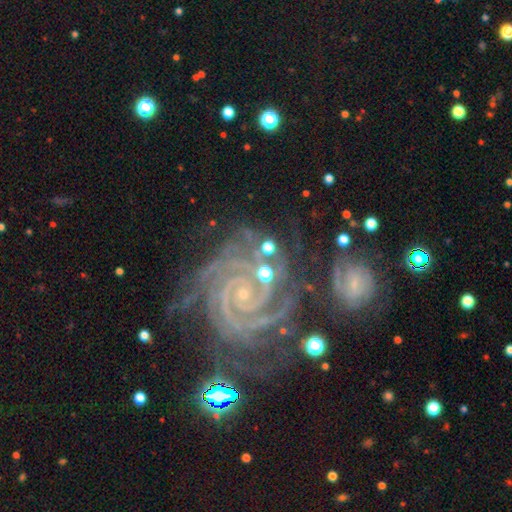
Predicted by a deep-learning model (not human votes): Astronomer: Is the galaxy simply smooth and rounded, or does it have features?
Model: featured or disk — 90%.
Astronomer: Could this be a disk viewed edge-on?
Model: no — 98%.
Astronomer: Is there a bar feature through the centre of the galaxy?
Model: no — 61%.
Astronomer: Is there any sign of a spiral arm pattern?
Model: yes — 99%.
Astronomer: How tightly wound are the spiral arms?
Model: tight — 84%.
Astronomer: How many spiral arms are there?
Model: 2 — 29% (runner-up: 3, 25%).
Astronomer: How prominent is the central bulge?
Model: small — 84%.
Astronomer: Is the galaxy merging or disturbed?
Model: none — 63%.